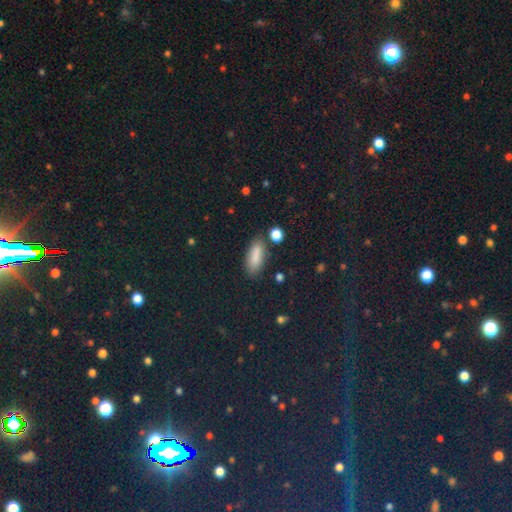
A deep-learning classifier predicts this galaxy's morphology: Smooth or featured? smooth (83%)
How rounded? in between (70%)
Merging? none (76%)